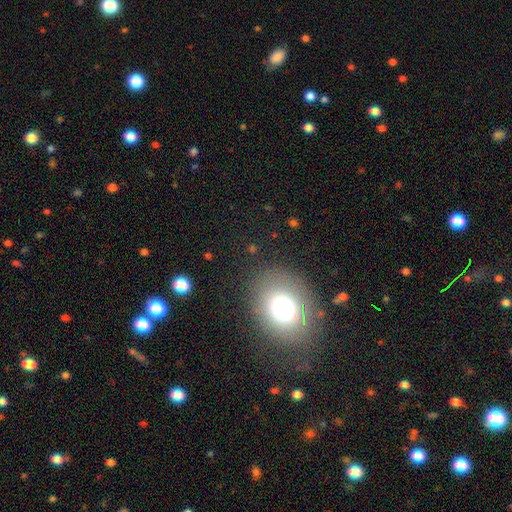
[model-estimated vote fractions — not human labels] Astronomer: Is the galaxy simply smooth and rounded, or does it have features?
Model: smooth — 63%.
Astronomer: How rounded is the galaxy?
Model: in between — 50% (runner-up: round, 48%).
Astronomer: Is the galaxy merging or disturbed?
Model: none — 86%.